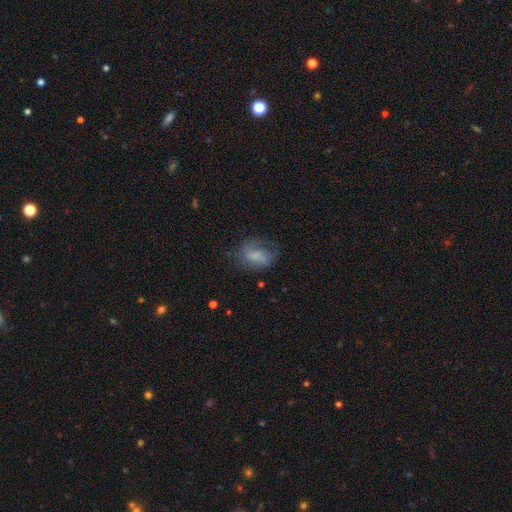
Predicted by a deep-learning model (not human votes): A smooth galaxy with no disk features (56%) that is in between round and cigar-shaped (74%). Merging: none (50%).